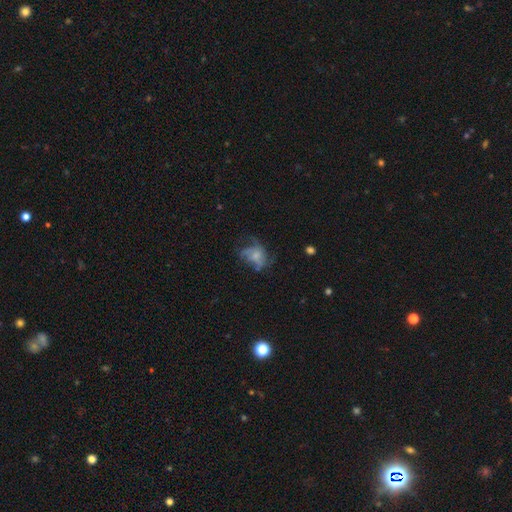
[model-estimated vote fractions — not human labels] The model was most divided on "bulge size": small: 31%, moderate: 30%, none: 28%, large: 9%, dominant: 2%. Remaining: edge-on disk — no (97%); bar — no (79%); spiral arms — yes (54%); smooth or featured — featured or disk (53%); merging — none (39%).